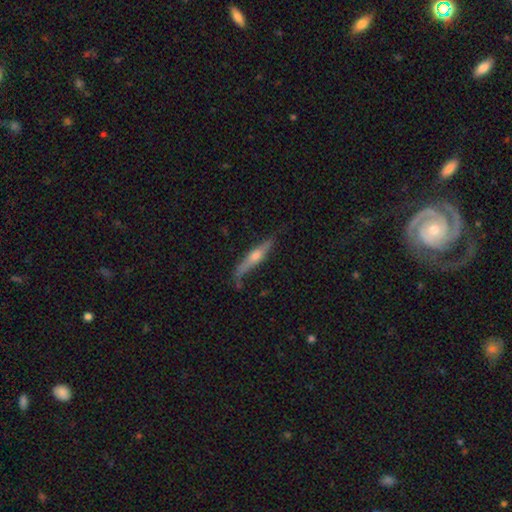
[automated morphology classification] smooth-or-featured: featured or disk: 61% | smooth: 33% | star or artifact: 6%
  disk-edge-on: yes: 93% | no: 7%
    edge-on-bulge: rounded: 87% | none: 7% | boxy: 6%
  merging: none: 67% | minor disturbance: 23% | major disturbance: 7% | merger: 3%